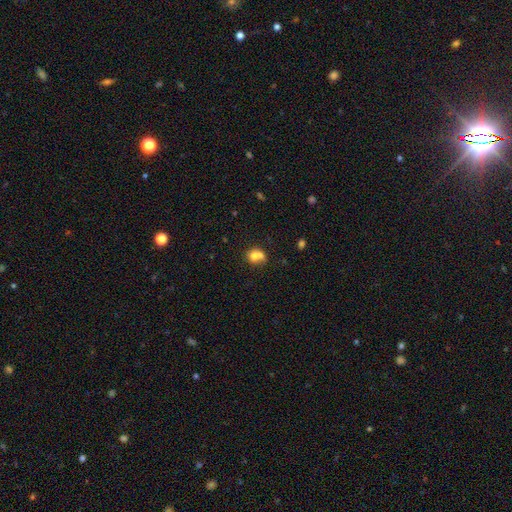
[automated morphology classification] smooth_or_featured: smooth (p=0.71) [alt: featured or disk p=0.18]
how_rounded: round (p=0.64) [alt: in between p=0.35]
merging: merger (p=0.56) [alt: none p=0.28]